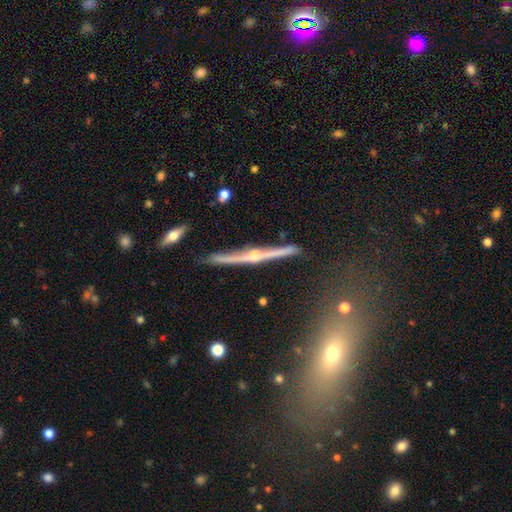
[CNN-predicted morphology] Smooth or featured? featured or disk (85%)
Edge-on disk? yes (98%)
Edge-on bulge? rounded (84%)
Merging? none (85%)